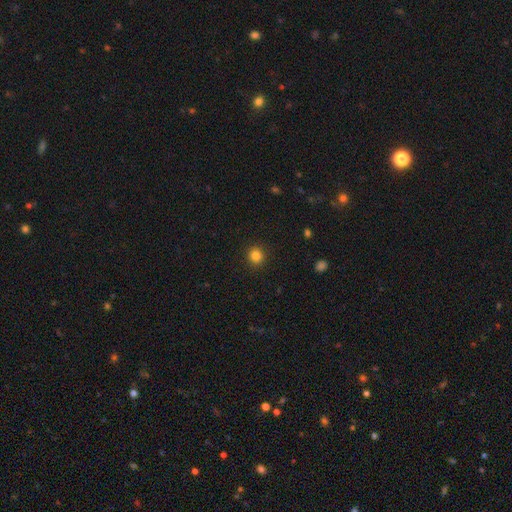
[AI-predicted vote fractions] Q: Smooth or featured?
A: smooth (83%); runner-up: star or artifact (12%)
Q: How rounded?
A: round (89%); runner-up: in between (10%)
Q: Merging?
A: none (92%); runner-up: minor disturbance (5%)